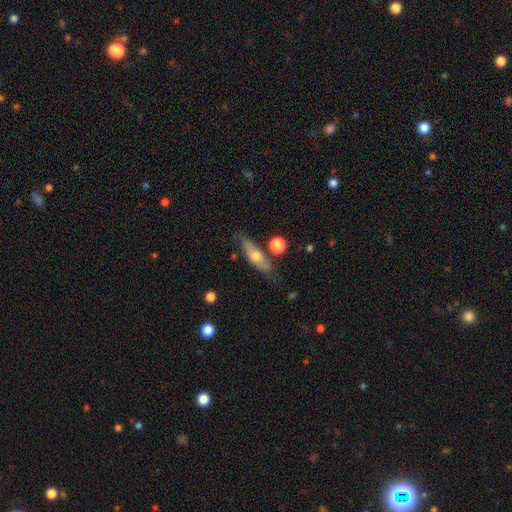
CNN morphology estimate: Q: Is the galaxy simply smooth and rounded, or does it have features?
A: smooth — 52%.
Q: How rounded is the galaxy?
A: cigar-shaped — 59%.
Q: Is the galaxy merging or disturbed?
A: none — 73%.